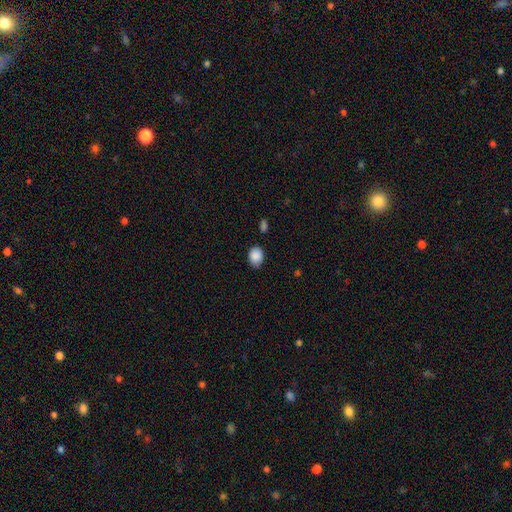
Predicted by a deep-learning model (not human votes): Smooth or featured: smooth — 89% (star or artifact — 7%)
How rounded: in between — 65% (round — 34%)
Merging: none — 75% (minor disturbance — 19%)